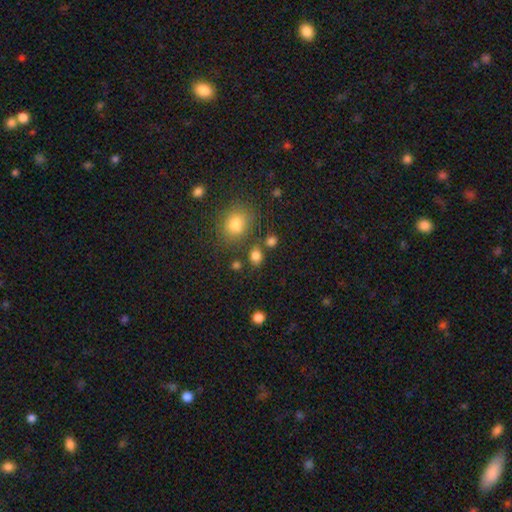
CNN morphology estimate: type=smooth (81%); roundness=in between (52%); merging=none (72%).